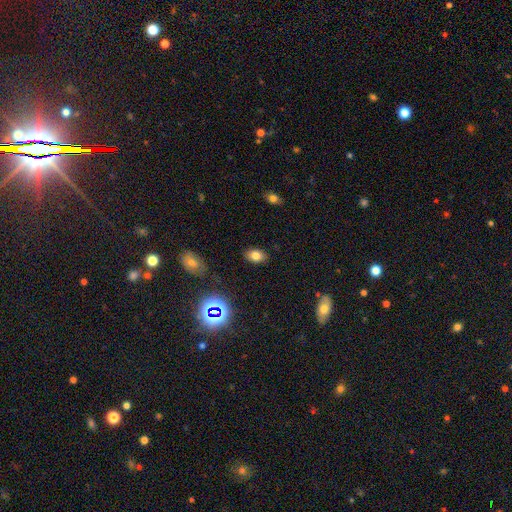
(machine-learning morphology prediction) smooth-or-featured: smooth: 76% | star or artifact: 15% | featured or disk: 9%
  how-rounded: in between: 79% | round: 20% | cigar-shaped: 1%
  merging: none: 86% | minor disturbance: 10% | major disturbance: 3% | merger: 1%